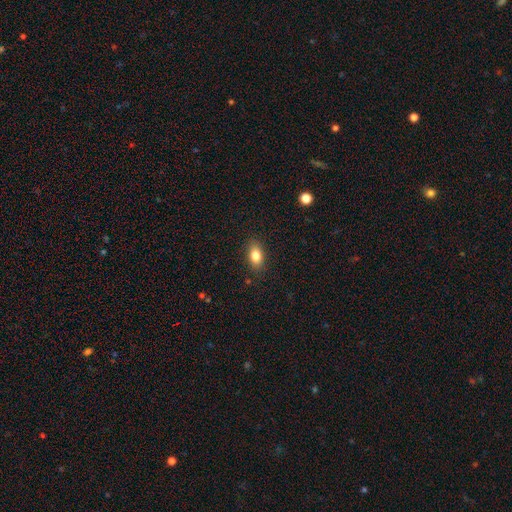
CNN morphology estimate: The model was most divided on "smooth or featured": smooth: 83%, featured or disk: 9%, star or artifact: 8%. More confident: merging — none (86%); how rounded — in between (86%).